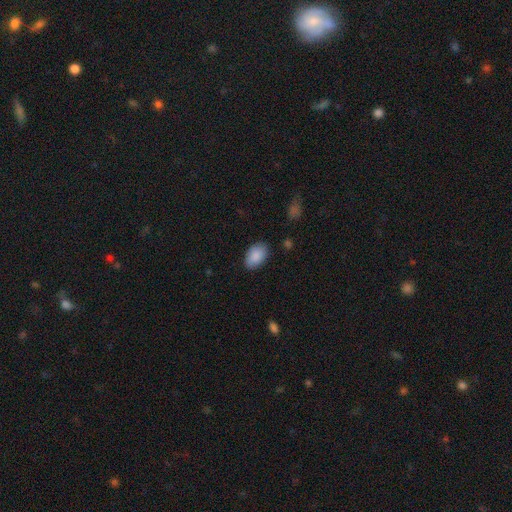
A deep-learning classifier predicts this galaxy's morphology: Smooth or featured: smooth — 89% (star or artifact — 6%)
How rounded: in between — 90% (round — 9%)
Merging: none — 84% (minor disturbance — 12%)